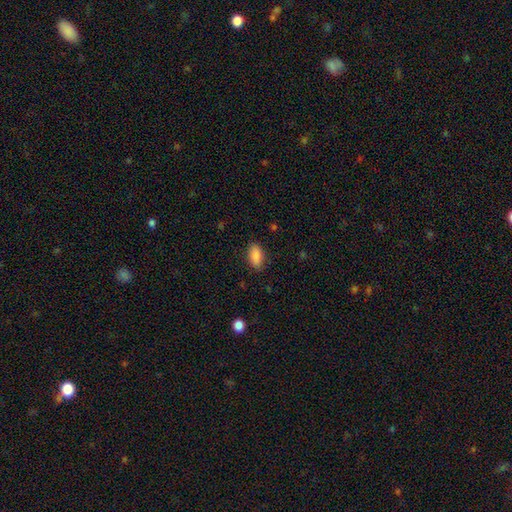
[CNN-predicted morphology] The model was most divided on "merging": none: 84%, minor disturbance: 12%, major disturbance: 3%, merger: 1%. More confident: how rounded — in between (90%); smooth or featured — smooth (89%).